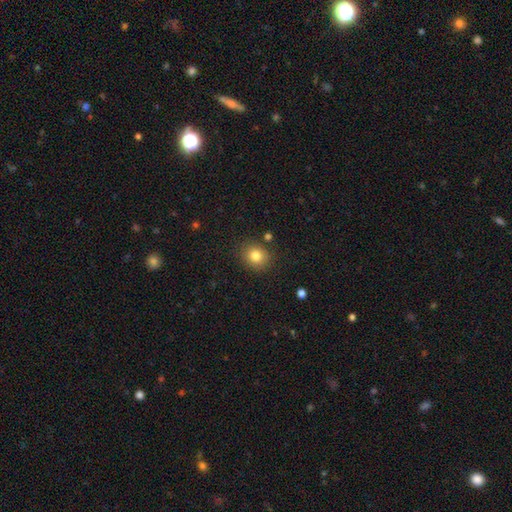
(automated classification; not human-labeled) A smooth galaxy with no disk features (81%) that is round (76%). Merging: none (85%).